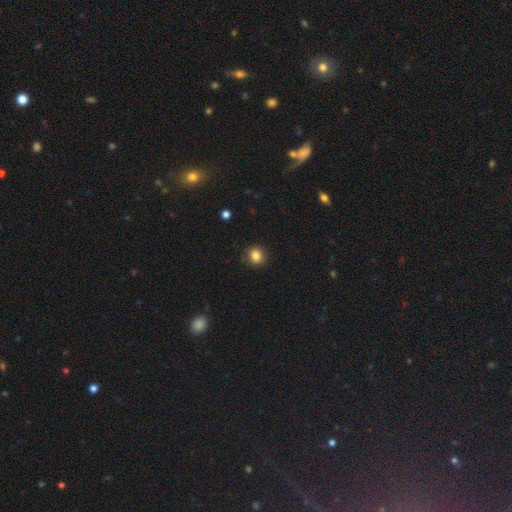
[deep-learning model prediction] Smooth or featured? smooth (85%)
How rounded? round (80%)
Merging? none (88%)